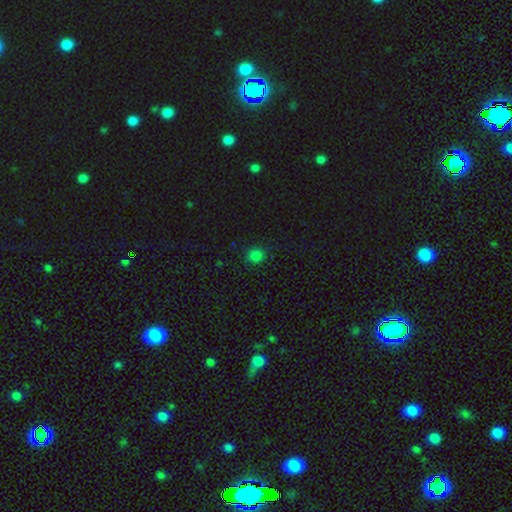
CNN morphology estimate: A smooth galaxy with no disk features (80%) that is round (81%). Merging: none (86%).